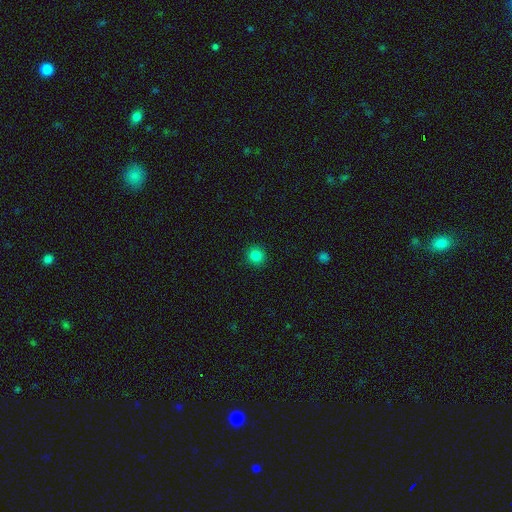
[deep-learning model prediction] smooth_or_featured: smooth (p=0.83) [alt: star or artifact p=0.12]
how_rounded: round (p=0.93) [alt: in between p=0.06]
merging: none (p=0.92) [alt: minor disturbance p=0.05]